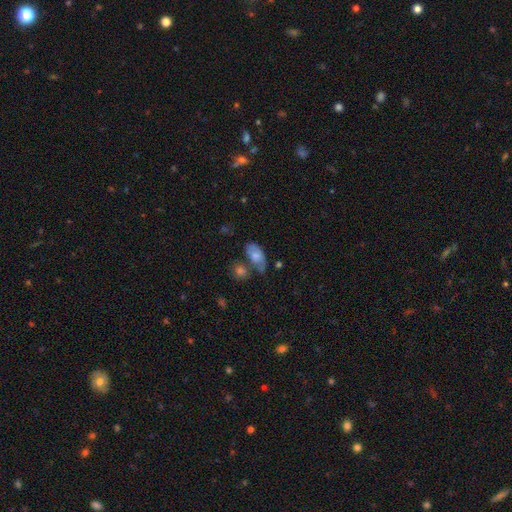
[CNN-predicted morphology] The model was most divided on "merging": none: 40%, minor disturbance: 27%, merger: 22%, major disturbance: 11%. More confident: how rounded — in between (91%); smooth or featured — smooth (72%).